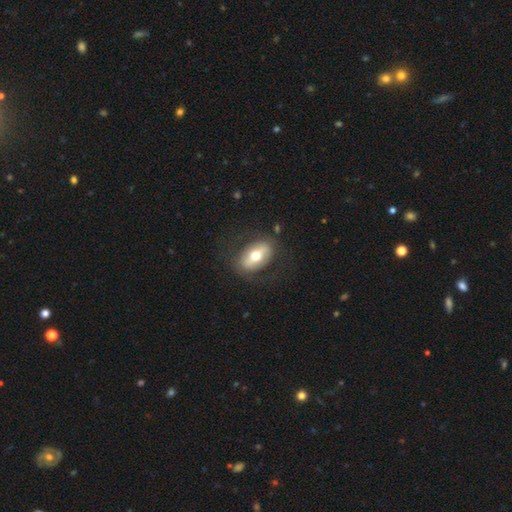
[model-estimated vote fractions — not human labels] Smooth or featured? Predicted: smooth (p=0.50). How rounded? Predicted: in between (p=0.84). Merging? Predicted: none (p=0.77).